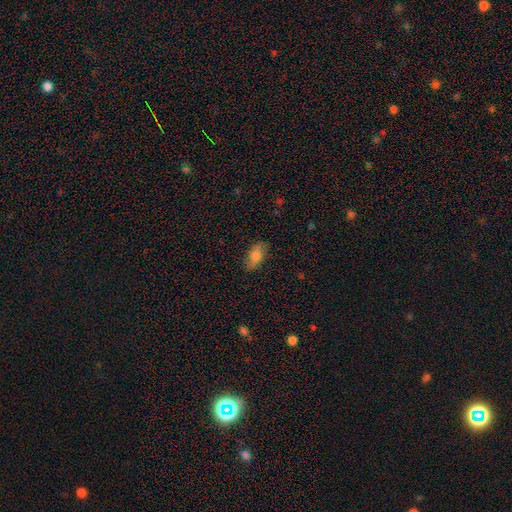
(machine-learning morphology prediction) Smooth or featured: smooth — 72% (featured or disk — 20%)
How rounded: in between — 89% (round — 6%)
Merging: none — 80% (minor disturbance — 16%)